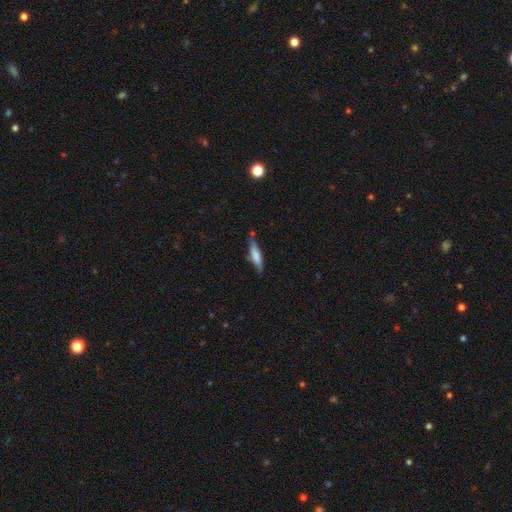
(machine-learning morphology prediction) smooth 63%, featured or disk 30%, star or artifact 7%. Down the decision tree: how rounded — cigar-shaped (73%); merging — none (68%).